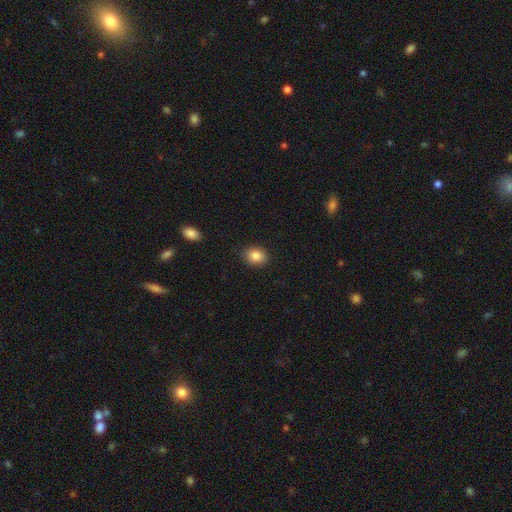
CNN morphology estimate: Overall: smooth (86%). How rounded: round (50%; in between 49%). Merging: none (88%).